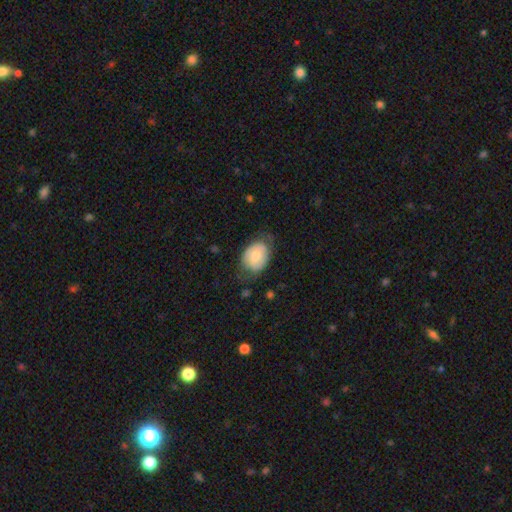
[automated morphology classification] A smooth galaxy with no disk features (65%) that is in between round and cigar-shaped (72%).

Vote fractions:
- Smooth or featured? smooth: 65% / featured or disk: 29% / star or artifact: 6%
- How rounded? in between: 72% / round: 27% / cigar-shaped: 1%
- Merging? none: 60% / minor disturbance: 28% / major disturbance: 11% / merger: 1%